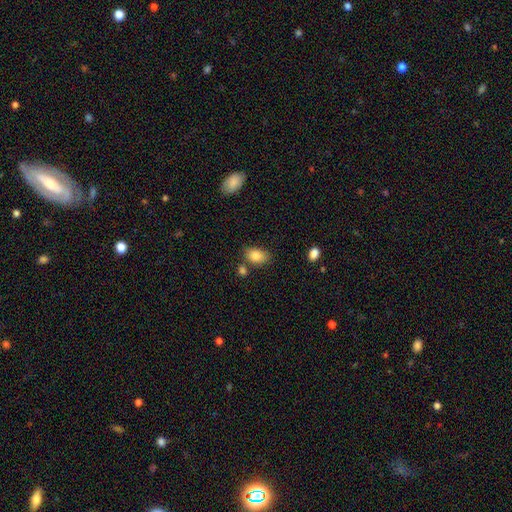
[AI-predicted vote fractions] A smooth galaxy with no disk features (85%) that is in between round and cigar-shaped (86%). Merging: none (72%).